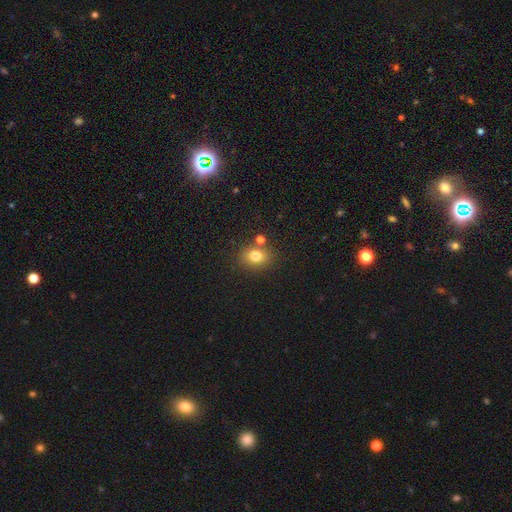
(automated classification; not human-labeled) Smooth or featured?
  - smooth: 78% *
  - star or artifact: 14%
  - featured or disk: 8%
How rounded?
  - round: 59% *
  - in between: 40%
  - cigar-shaped: 1%
Merging?
  - none: 77% *
  - minor disturbance: 11%
  - merger: 9%
  - major disturbance: 3%